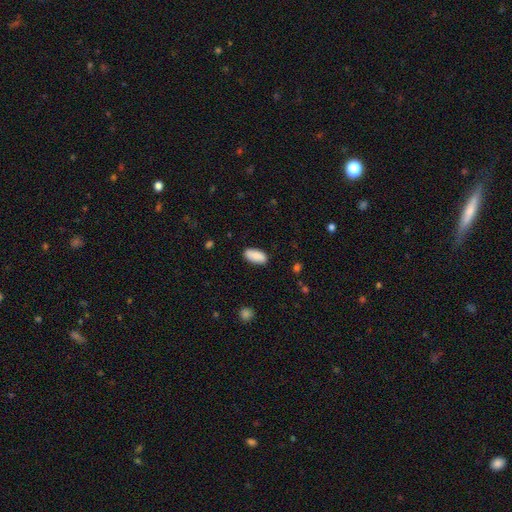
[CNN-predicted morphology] The model was most divided on "merging": none: 85%, minor disturbance: 11%, major disturbance: 2%, merger: 2%. More confident: how rounded — in between (92%); smooth or featured — smooth (88%).